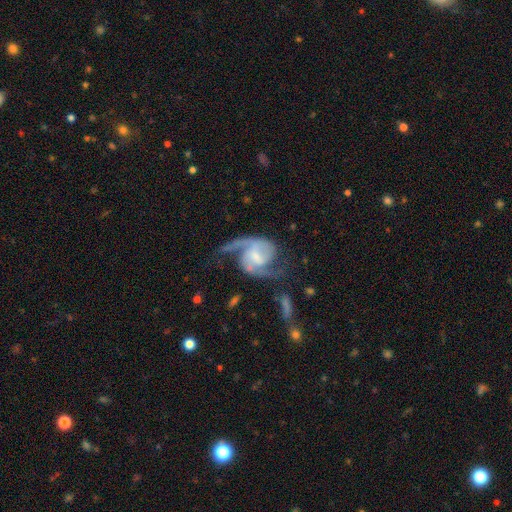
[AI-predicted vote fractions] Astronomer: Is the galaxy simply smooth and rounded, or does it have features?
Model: featured or disk — 89%.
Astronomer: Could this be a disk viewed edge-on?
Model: no — 98%.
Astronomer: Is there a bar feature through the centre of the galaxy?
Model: weak — 52% (runner-up: no, 30%).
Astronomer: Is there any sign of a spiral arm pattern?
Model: yes — 97%.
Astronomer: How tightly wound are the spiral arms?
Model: medium — 48% (runner-up: loose, 39%).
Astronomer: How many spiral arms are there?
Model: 2 — 89%.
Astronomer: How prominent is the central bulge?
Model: small — 39% (runner-up: moderate, 31%).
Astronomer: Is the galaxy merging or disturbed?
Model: none — 57%.